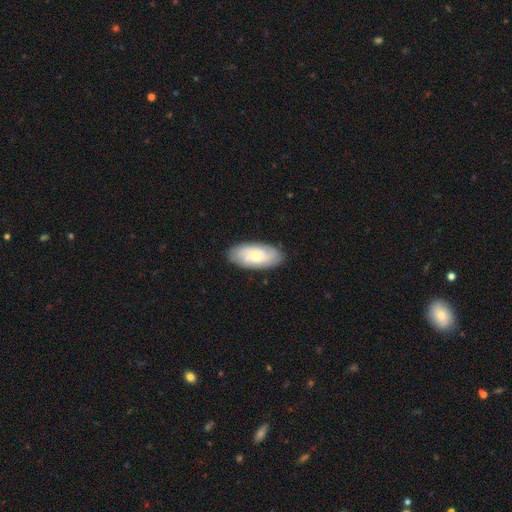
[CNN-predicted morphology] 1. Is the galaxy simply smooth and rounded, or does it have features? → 52% featured or disk, 42% smooth, 6% star or artifact.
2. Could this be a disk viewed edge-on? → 93% no, 7% yes.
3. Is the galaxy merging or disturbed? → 83% none, 13% minor disturbance, 3% major disturbance, 1% merger.